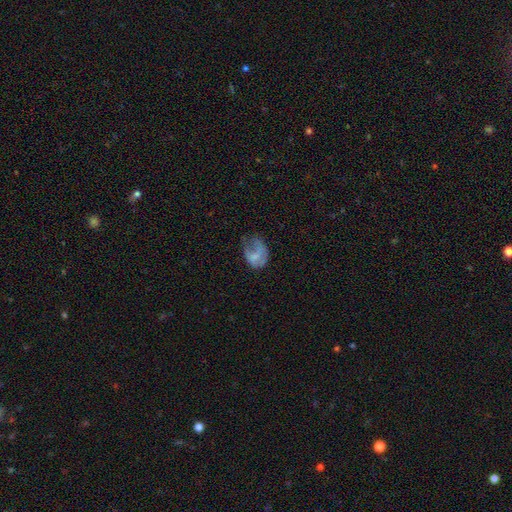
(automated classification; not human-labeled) Q: Smooth or featured?
A: smooth (58%); runner-up: featured or disk (32%)
Q: How rounded?
A: in between (67%); runner-up: round (32%)
Q: Merging?
A: major disturbance (37%); runner-up: minor disturbance (32%)